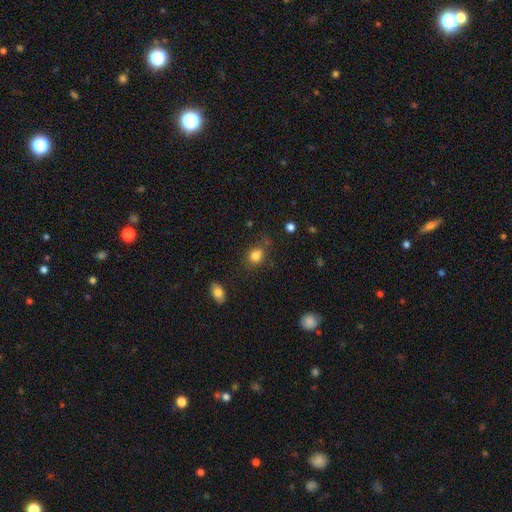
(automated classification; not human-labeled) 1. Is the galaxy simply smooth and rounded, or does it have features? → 82% smooth, 11% star or artifact, 7% featured or disk.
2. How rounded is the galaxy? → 53% round, 45% in between, 1% cigar-shaped.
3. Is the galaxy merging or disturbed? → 70% none, 19% minor disturbance, 6% major disturbance, 5% merger.